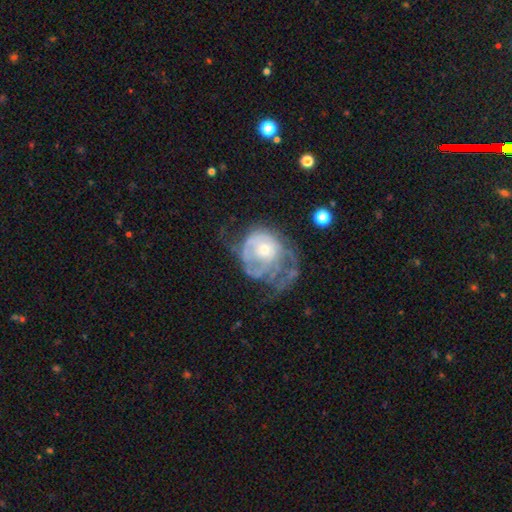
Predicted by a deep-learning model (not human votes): smooth_or_featured: featured or disk (p=0.72) [alt: smooth p=0.20]
disk_edge_on: no (p=0.97) [alt: yes p=0.03]
bar: no (p=0.82) [alt: weak p=0.15]
has_spiral_arms: yes (p=0.67) [alt: no p=0.33]
bulge_size: moderate (p=0.50) [alt: small p=0.43]
merging: major disturbance (p=0.41) [alt: none p=0.33]